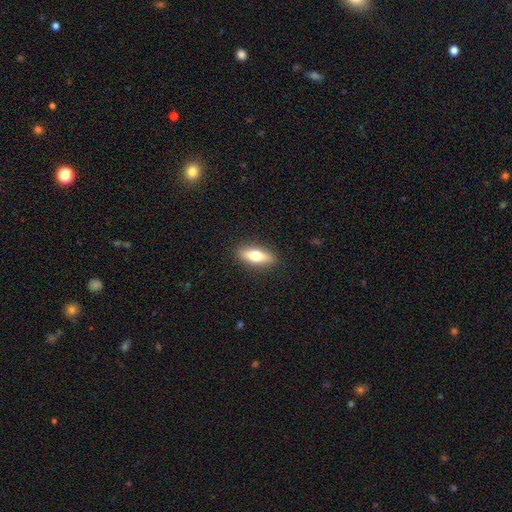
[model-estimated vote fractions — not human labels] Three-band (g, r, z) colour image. It shows a smooth galaxy with no disk features (62%) that is in between round and cigar-shaped (57%). Merging: none (89%).